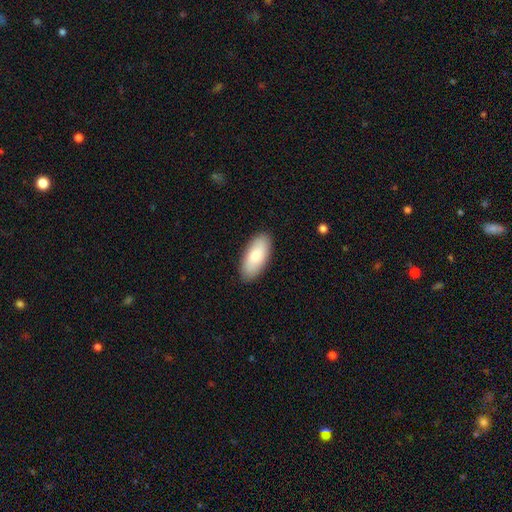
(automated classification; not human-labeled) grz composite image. It shows a smooth galaxy with no disk features (81%) that is in between round and cigar-shaped (90%). Merging: none (89%).